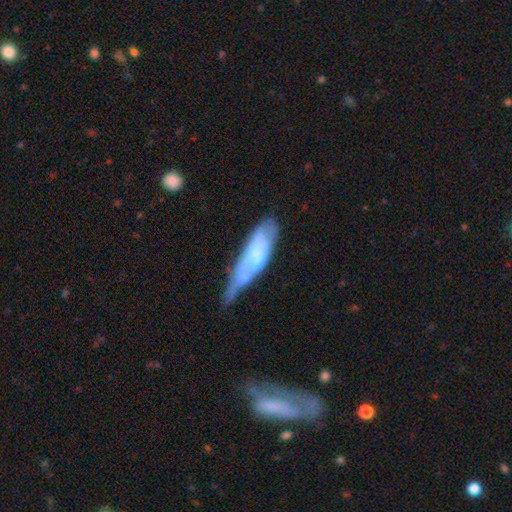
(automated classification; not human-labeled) The model was most divided on "smooth or featured": featured or disk: 49%, smooth: 45%, star or artifact: 7%. Remaining: merging — minor disturbance (32%).